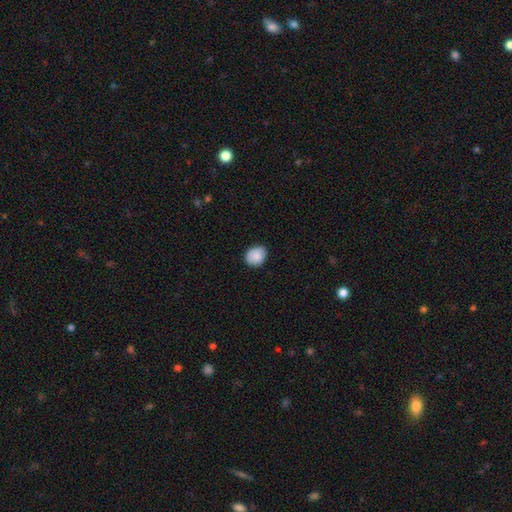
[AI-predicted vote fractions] Smooth or featured? smooth (88%)
How rounded? round (58%)
Merging? none (82%)